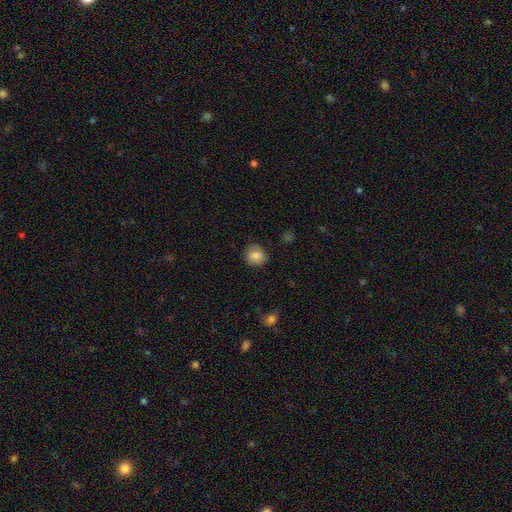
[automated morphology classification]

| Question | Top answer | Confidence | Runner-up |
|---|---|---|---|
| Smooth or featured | smooth | 83% | featured or disk (9%) |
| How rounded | round | 78% | in between (22%) |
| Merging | none | 83% | minor disturbance (13%) |